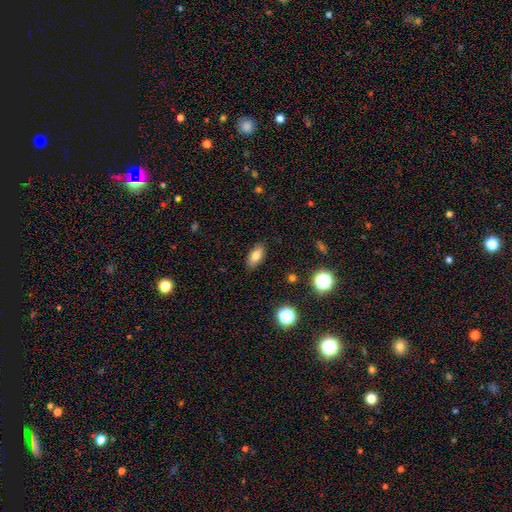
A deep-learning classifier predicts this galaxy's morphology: smooth 79%, featured or disk 11%, star or artifact 10%. Down the decision tree: how rounded — in between (87%); merging — none (88%).